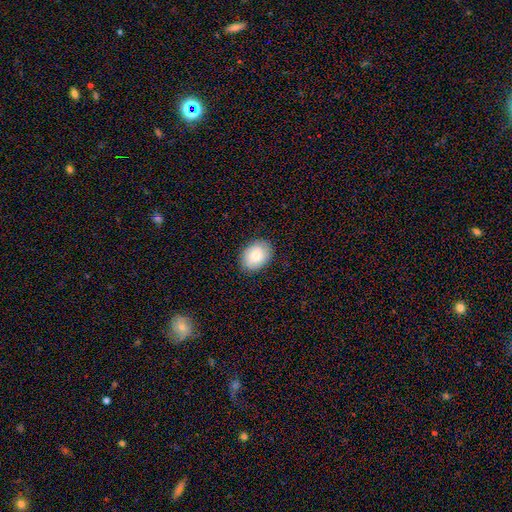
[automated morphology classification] This appears to be a smooth galaxy with no disk features (81%) that is in between round and cigar-shaped (72%). Merging: none (87%).